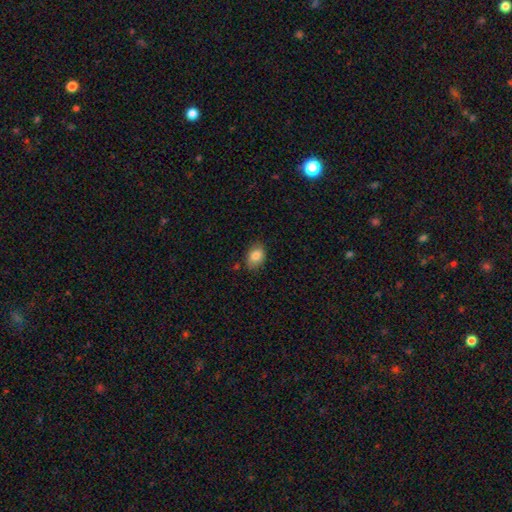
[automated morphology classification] A smooth galaxy with no disk features (85%) that is in between round and cigar-shaped (78%). Merging: none (78%).